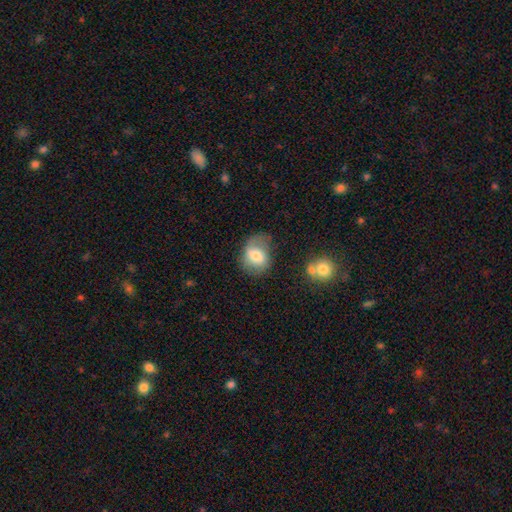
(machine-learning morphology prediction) Q: Smooth or featured?
A: smooth (66%); runner-up: featured or disk (26%)
Q: How rounded?
A: in between (56%); runner-up: round (43%)
Q: Merging?
A: none (48%); runner-up: minor disturbance (32%)